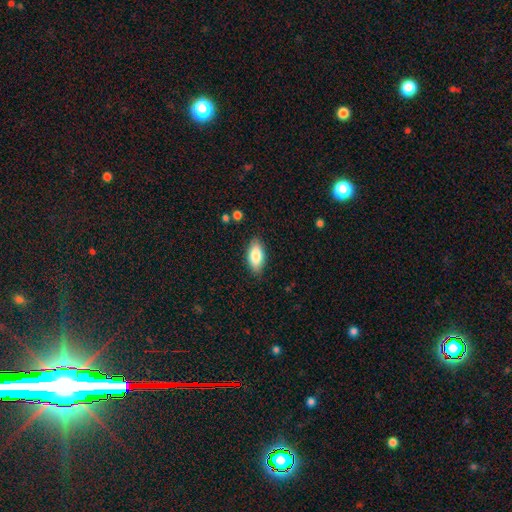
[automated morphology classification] Overall: smooth (84%). How rounded: in between (91%). Merging: none (86%).